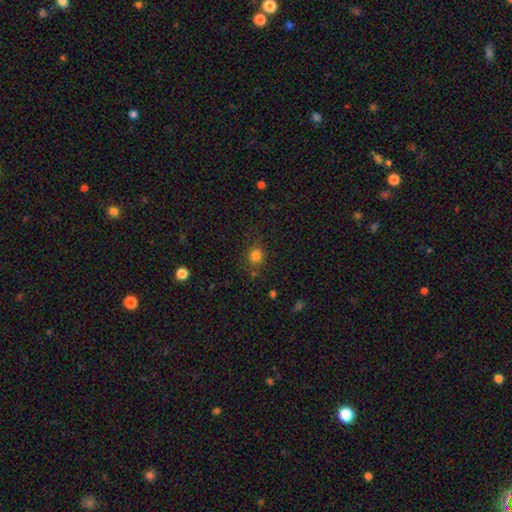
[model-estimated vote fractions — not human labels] Smooth or featured?
  - smooth: 81% *
  - star or artifact: 14%
  - featured or disk: 6%
How rounded?
  - round: 76% *
  - in between: 24%
  - cigar-shaped: 1%
Merging?
  - none: 80% *
  - minor disturbance: 12%
  - major disturbance: 4%
  - merger: 3%